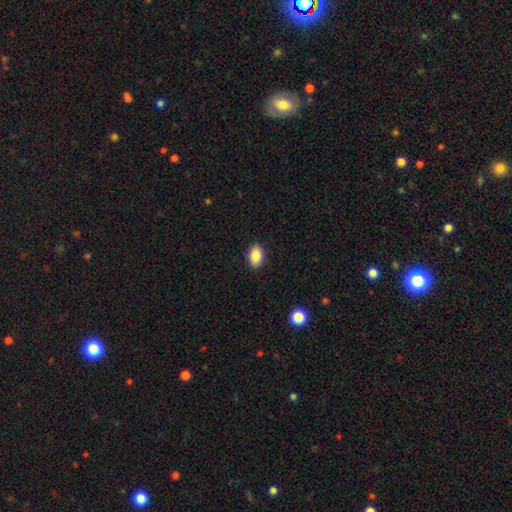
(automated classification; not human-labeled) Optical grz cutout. It shows a smooth galaxy with no disk features (86%) that is in between round and cigar-shaped (87%). Merging: none (90%).